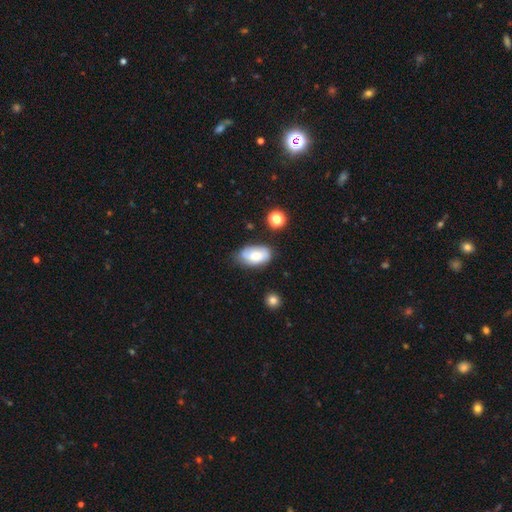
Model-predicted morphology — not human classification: Smooth or featured? Predicted: smooth (p=0.67). How rounded? Predicted: in between (p=0.93). Merging? Predicted: none (p=0.59).